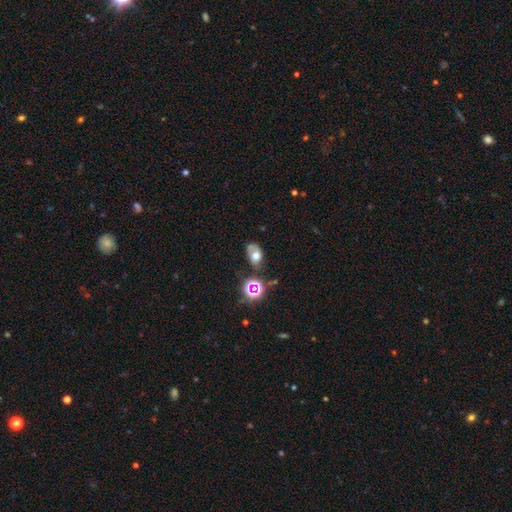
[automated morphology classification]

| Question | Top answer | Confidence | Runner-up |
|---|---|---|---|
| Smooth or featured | smooth | 55% | featured or disk (30%) |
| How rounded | in between | 80% | round (18%) |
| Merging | none | 46% | minor disturbance (29%) |